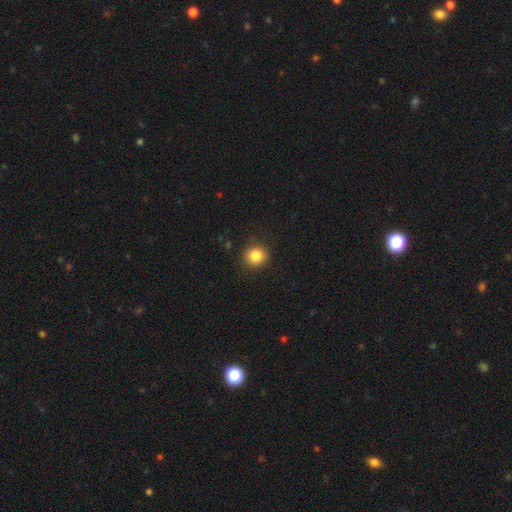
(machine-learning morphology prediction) The model was most divided on "smooth or featured": smooth: 85%, star or artifact: 10%, featured or disk: 5%. More confident: how rounded — round (91%); merging — none (90%).